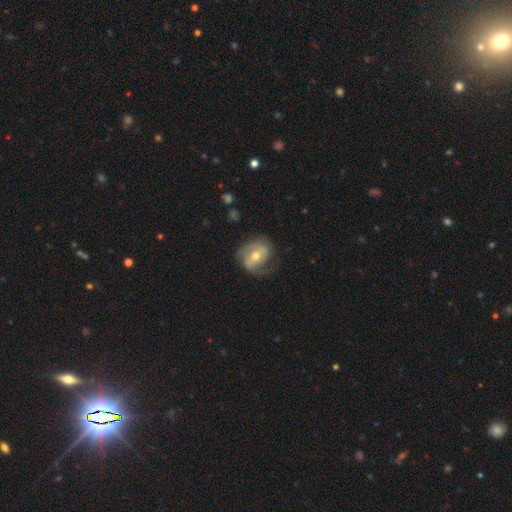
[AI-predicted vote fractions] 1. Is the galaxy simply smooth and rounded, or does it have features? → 64% featured or disk, 30% smooth, 6% star or artifact.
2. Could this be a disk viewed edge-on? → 96% no, 4% yes.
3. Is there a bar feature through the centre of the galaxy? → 39% weak, 38% no, 23% strong.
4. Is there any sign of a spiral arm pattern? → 78% yes, 22% no.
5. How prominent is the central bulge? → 70% moderate, 23% small, 4% large, 1% none, 1% dominant.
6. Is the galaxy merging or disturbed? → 59% none, 25% minor disturbance, 14% major disturbance, 2% merger.